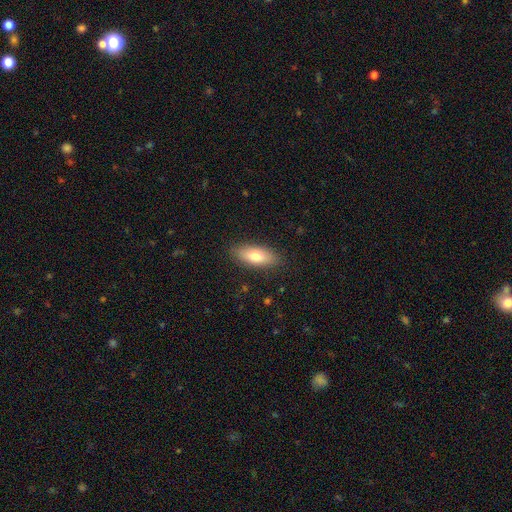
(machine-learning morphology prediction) type=smooth (75%); roundness=in between (78%); merging=none (87%).